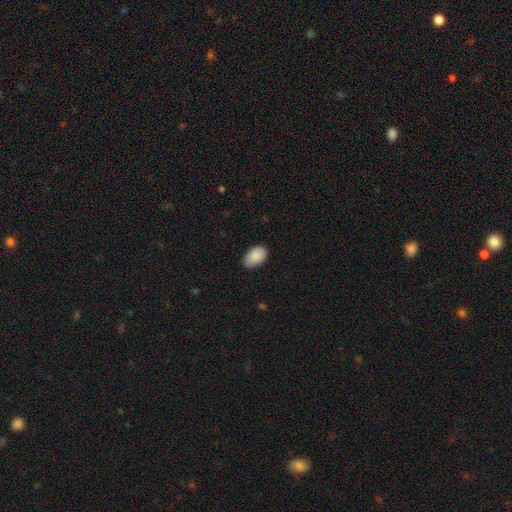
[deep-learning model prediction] smooth_or_featured: smooth (p=0.88) [alt: star or artifact p=0.06]
how_rounded: in between (p=0.92) [alt: round p=0.07]
merging: none (p=0.76) [alt: minor disturbance p=0.20]